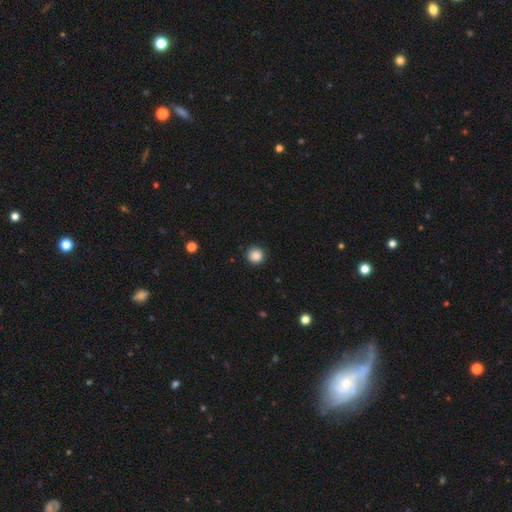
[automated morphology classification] A smooth galaxy with no disk features (87%) that is round (96%). Merging: none (92%).